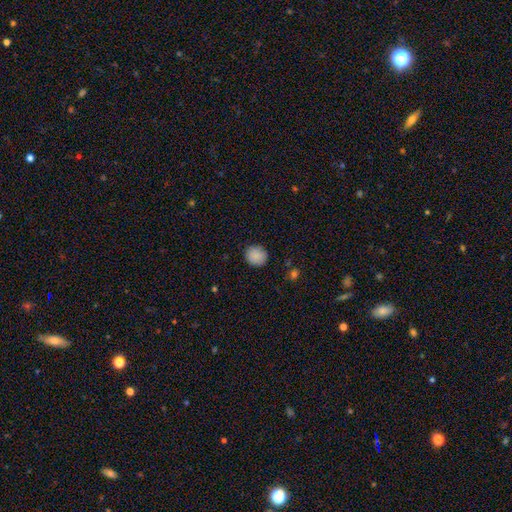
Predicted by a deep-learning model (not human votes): This appears to be a smooth galaxy with no disk features (89%) that is round (82%). Merging: none (89%).